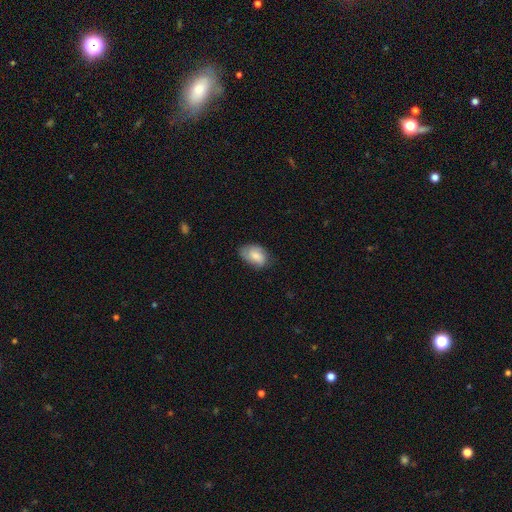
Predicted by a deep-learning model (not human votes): A smooth galaxy with no disk features (76%) that is in between round and cigar-shaped (88%).

Vote fractions:
- Smooth or featured? smooth: 76% / featured or disk: 17% / star or artifact: 7%
- How rounded? in between: 88% / round: 10% / cigar-shaped: 1%
- Merging? none: 66% / minor disturbance: 27% / major disturbance: 6% / merger: 1%